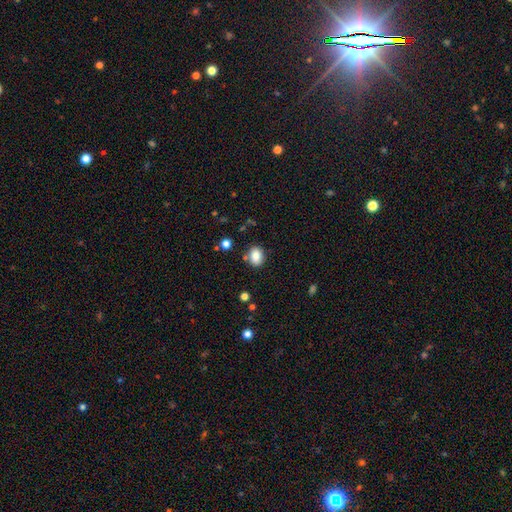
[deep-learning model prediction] smooth_or_featured: smooth (p=0.84) [alt: star or artifact p=0.10]
how_rounded: in between (p=0.59) [alt: round p=0.40]
merging: none (p=0.81) [alt: minor disturbance p=0.11]